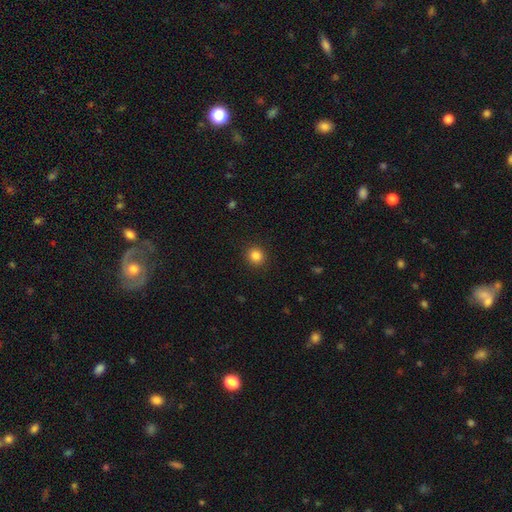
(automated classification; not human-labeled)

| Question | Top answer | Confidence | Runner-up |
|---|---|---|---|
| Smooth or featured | smooth | 85% | star or artifact (11%) |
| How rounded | round | 90% | in between (9%) |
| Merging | none | 92% | minor disturbance (5%) |